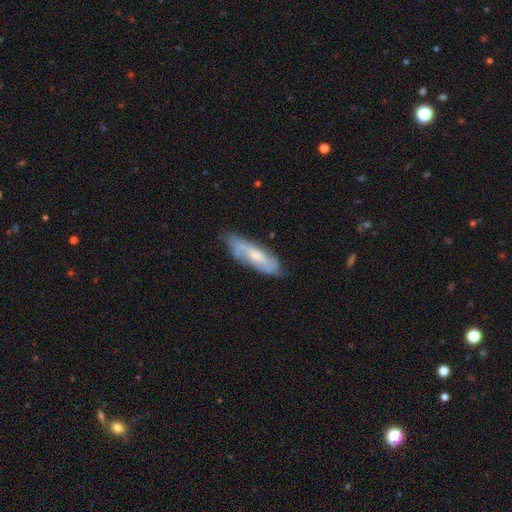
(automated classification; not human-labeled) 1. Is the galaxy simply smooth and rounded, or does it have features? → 63% featured or disk, 31% smooth, 6% star or artifact.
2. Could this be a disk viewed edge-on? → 78% no, 22% yes.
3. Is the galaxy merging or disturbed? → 68% none, 24% minor disturbance, 6% major disturbance, 2% merger.